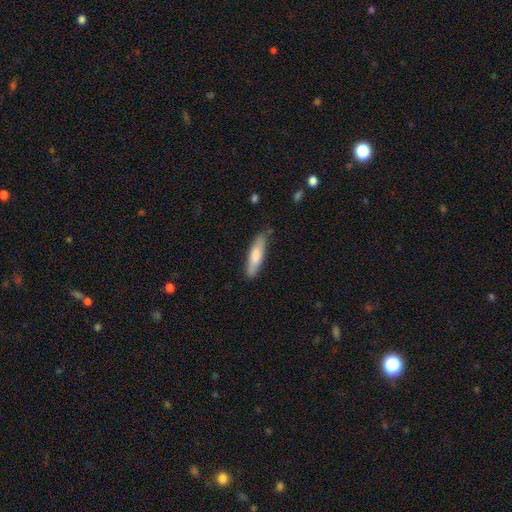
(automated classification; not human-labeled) smooth-or-featured: smooth: 76% | featured or disk: 18% | star or artifact: 5%
  how-rounded: cigar-shaped: 72% | in between: 26% | round: 1%
  merging: none: 78% | minor disturbance: 17% | major disturbance: 3% | merger: 2%